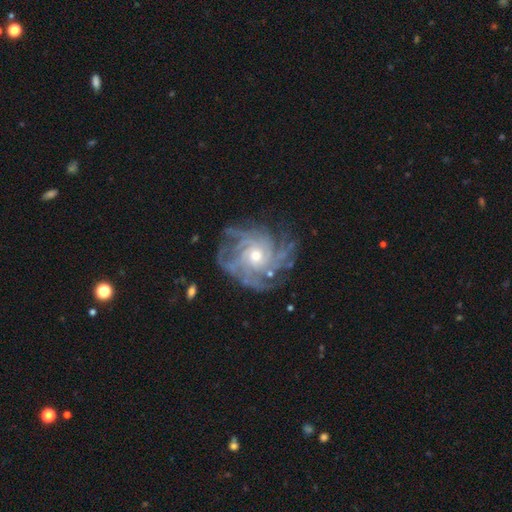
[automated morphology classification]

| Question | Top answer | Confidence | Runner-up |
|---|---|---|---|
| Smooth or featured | featured or disk | 90% | star or artifact (6%) |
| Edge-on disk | no | 98% | yes (2%) |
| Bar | no | 75% | weak (20%) |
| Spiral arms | yes | 97% | no (3%) |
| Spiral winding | tight | 68% | medium (26%) |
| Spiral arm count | more than 4 | 27% | can't tell (23%) |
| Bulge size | moderate | 58% | small (37%) |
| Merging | none | 75% | minor disturbance (16%) |